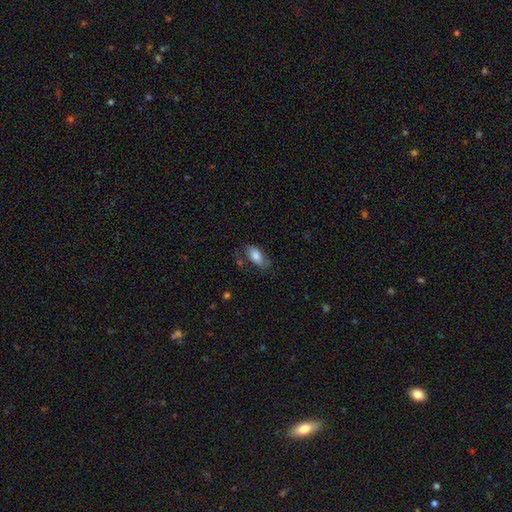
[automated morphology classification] A smooth galaxy with no disk features (80%) that is in between round and cigar-shaped (91%).

Vote fractions:
- Smooth or featured? smooth: 80% / featured or disk: 13% / star or artifact: 7%
- How rounded? in between: 91% / cigar-shaped: 6% / round: 3%
- Merging? none: 63% / minor disturbance: 24% / major disturbance: 9% / merger: 3%